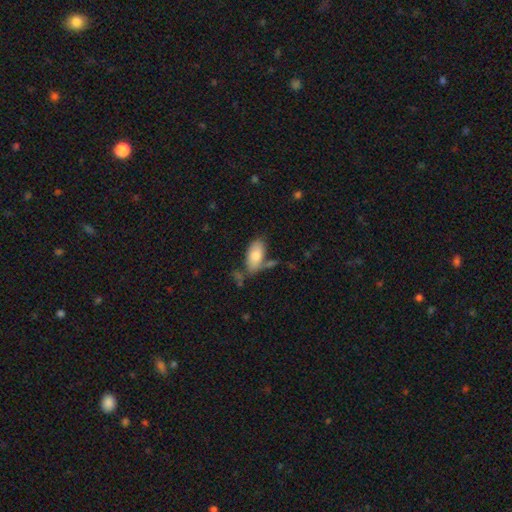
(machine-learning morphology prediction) Smooth or featured? Predicted: smooth (p=0.81). How rounded? Predicted: in between (p=0.93). Merging? Predicted: none (p=0.54).